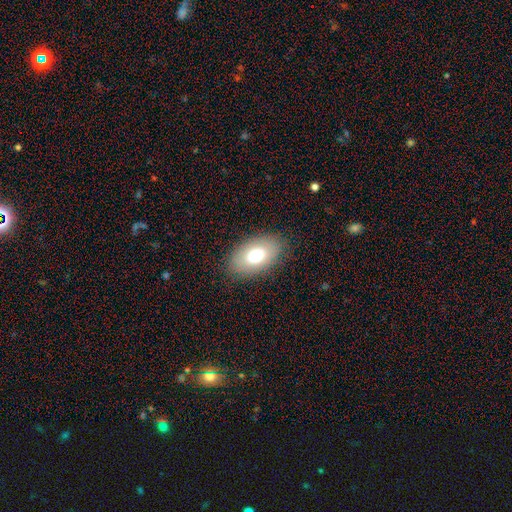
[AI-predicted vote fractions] The model was most divided on "smooth or featured": smooth: 74%, featured or disk: 18%, star or artifact: 8%. More confident: how rounded — in between (93%); merging — none (85%).